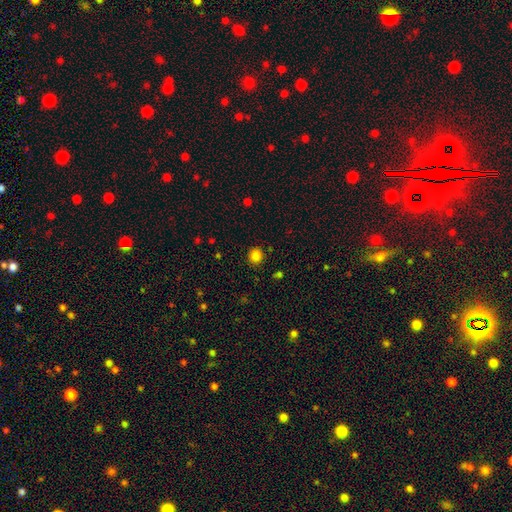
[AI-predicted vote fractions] Q: Smooth or featured?
A: smooth (84%); runner-up: star or artifact (13%)
Q: How rounded?
A: round (86%); runner-up: in between (13%)
Q: Merging?
A: none (89%); runner-up: minor disturbance (8%)